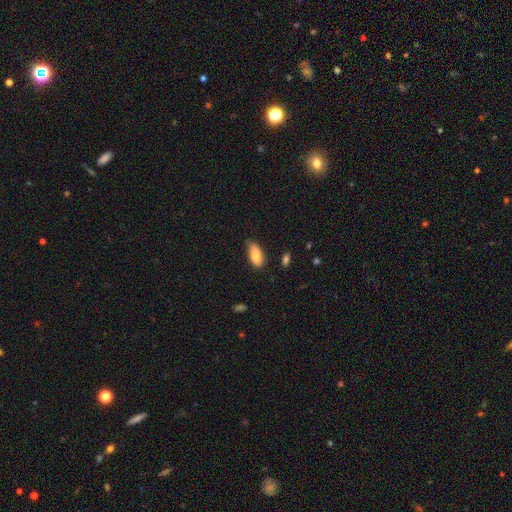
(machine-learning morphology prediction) Q: Smooth or featured?
A: smooth (77%); runner-up: featured or disk (16%)
Q: How rounded?
A: in between (90%); runner-up: cigar-shaped (7%)
Q: Merging?
A: none (55%); runner-up: minor disturbance (36%)